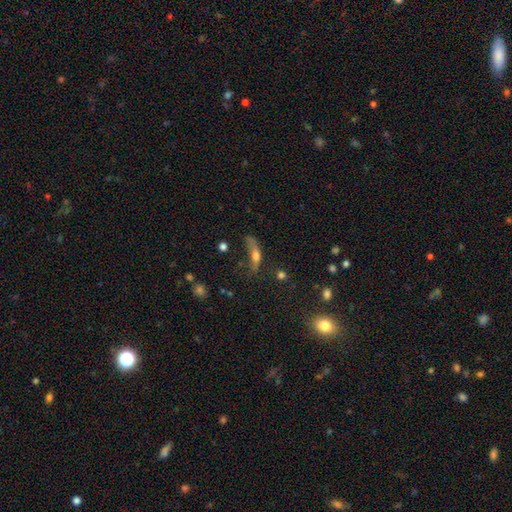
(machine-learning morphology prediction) Smooth or featured? Predicted: smooth (p=0.60). How rounded? Predicted: cigar-shaped (p=0.50). Merging? Predicted: major disturbance (p=0.41).